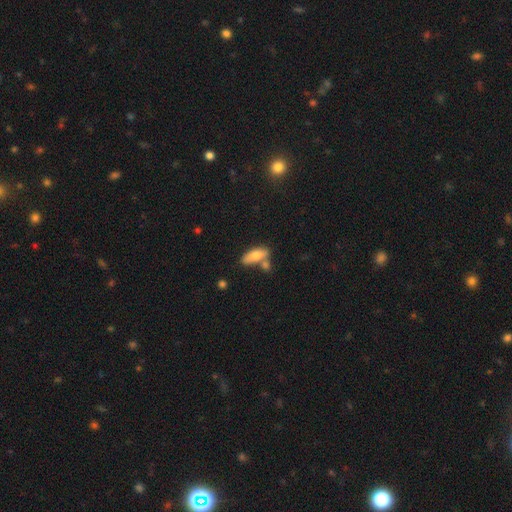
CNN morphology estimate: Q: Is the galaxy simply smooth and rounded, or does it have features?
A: smooth — 75%.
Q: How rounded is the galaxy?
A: in between — 77%.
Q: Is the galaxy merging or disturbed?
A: none — 55%.